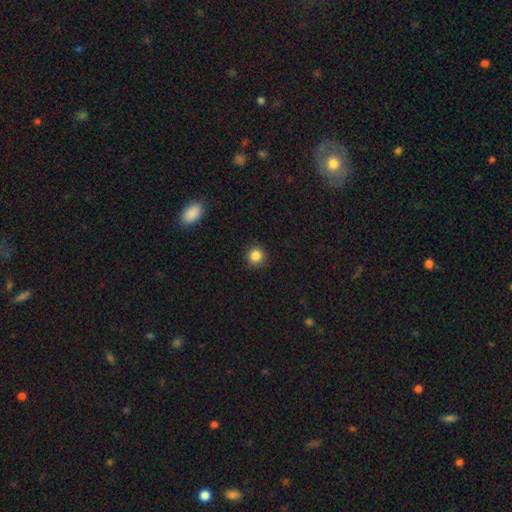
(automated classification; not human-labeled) Smooth or featured? smooth (85%)
How rounded? round (93%)
Merging? none (91%)